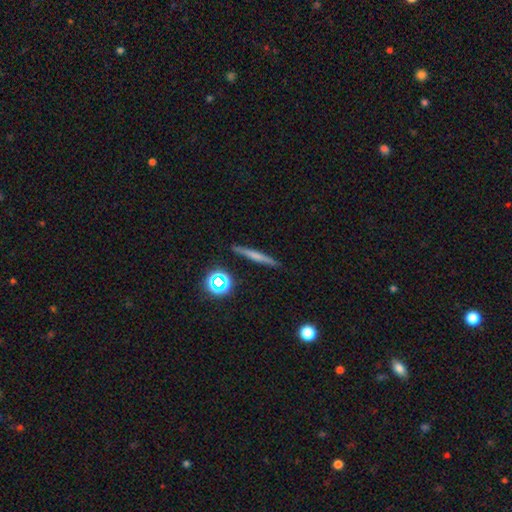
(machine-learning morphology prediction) type=smooth (50%); merging=none (88%).